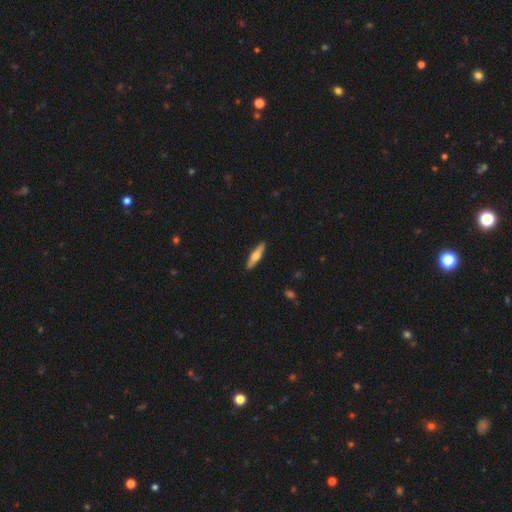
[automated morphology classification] This appears to be a smooth galaxy with no disk features (57%) that is cigar-shaped (74%). Merging: none (91%).